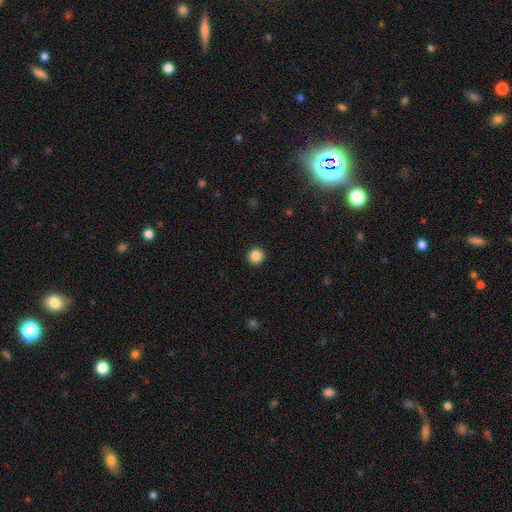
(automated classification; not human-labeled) Smooth or featured? smooth (86%)
How rounded? round (95%)
Merging? none (93%)